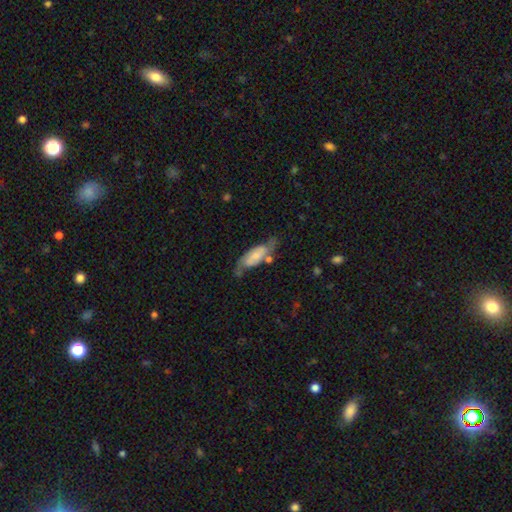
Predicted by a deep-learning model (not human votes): smooth_or_featured: featured or disk (p=0.55) [alt: smooth p=0.39]
disk_edge_on: no (p=0.86) [alt: yes p=0.14]
merging: none (p=0.54) [alt: minor disturbance p=0.25]